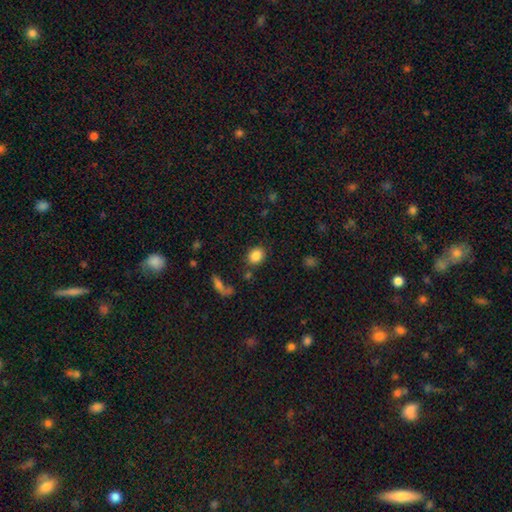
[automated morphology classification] This is clearly a smooth galaxy (86%). How rounded: possibly round (58%). Merging: clearly none (81%).